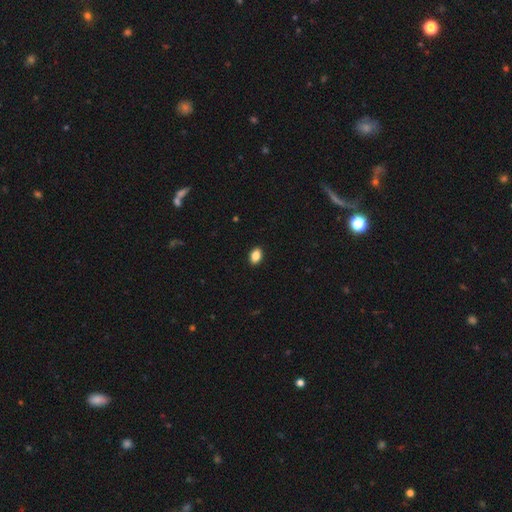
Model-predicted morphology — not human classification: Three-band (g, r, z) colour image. It shows a smooth galaxy with no disk features (87%) that is in between round and cigar-shaped (85%). Merging: none (91%).